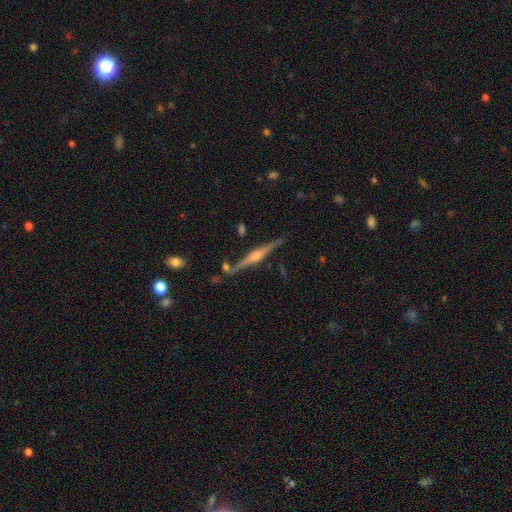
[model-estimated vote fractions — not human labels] Q: Smooth or featured?
A: featured or disk (85%); runner-up: smooth (9%)
Q: Edge-on disk?
A: yes (98%); runner-up: no (2%)
Q: Edge-on bulge?
A: rounded (87%); runner-up: boxy (7%)
Q: Merging?
A: none (85%); runner-up: minor disturbance (10%)